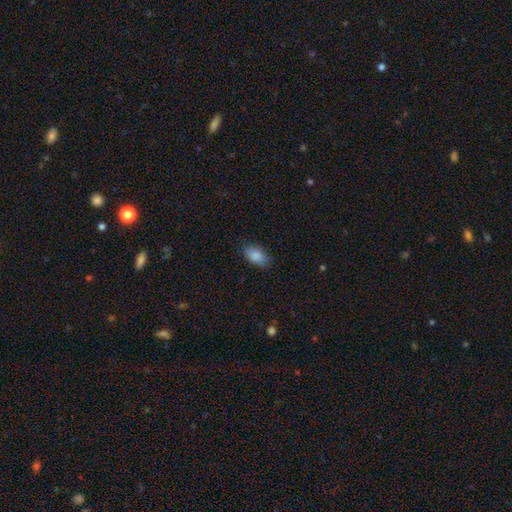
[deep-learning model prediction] smooth_or_featured: smooth (p=0.87) [alt: star or artifact p=0.07]
how_rounded: in between (p=0.92) [alt: round p=0.05]
merging: none (p=0.82) [alt: minor disturbance p=0.14]